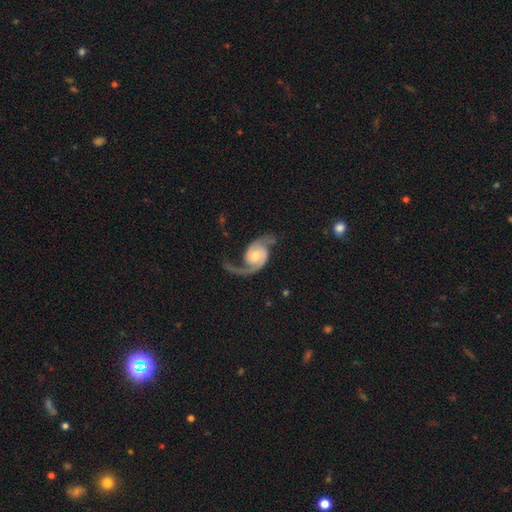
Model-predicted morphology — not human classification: type=featured or disk (90%); edge-on=no (97%); bar=no (67%); spiral arms=yes (97%); winding=loose (50%); arm count=2 (86%); bulge=moderate (61%); merging=none (61%).